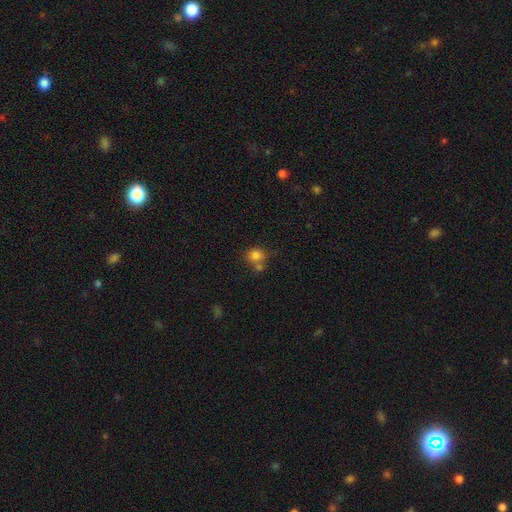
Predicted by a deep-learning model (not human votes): A smooth galaxy with no disk features (79%) that is round (76%).

Vote fractions:
- Smooth or featured? smooth: 79% / star or artifact: 12% / featured or disk: 9%
- How rounded? round: 76% / in between: 22% / cigar-shaped: 1%
- Merging? none: 50% / merger: 32% / minor disturbance: 13% / major disturbance: 5%